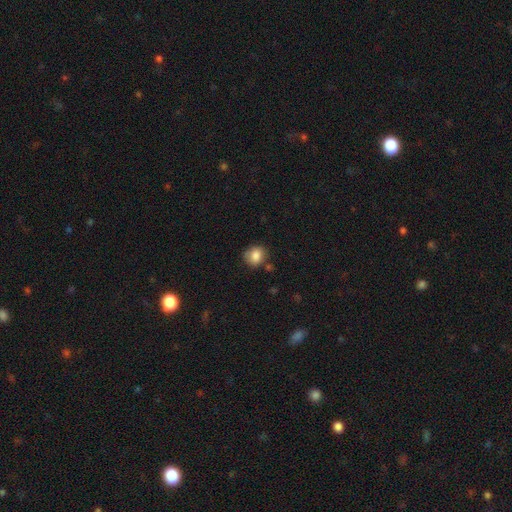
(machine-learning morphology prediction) A smooth galaxy with no disk features (83%) that is round (72%).

Vote fractions:
- Smooth or featured? smooth: 83% / star or artifact: 9% / featured or disk: 8%
- How rounded? round: 72% / in between: 27% / cigar-shaped: 1%
- Merging? none: 70% / minor disturbance: 21% / major disturbance: 5% / merger: 5%